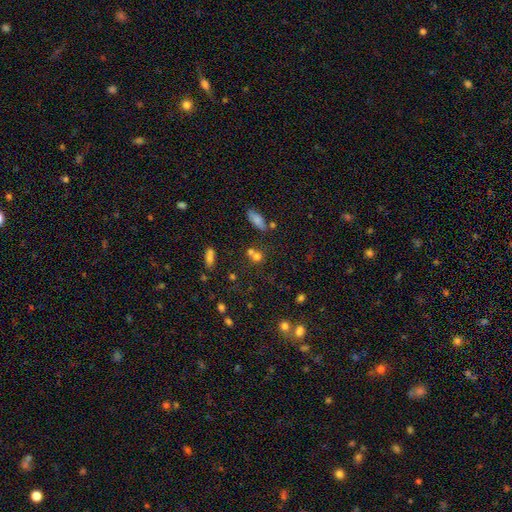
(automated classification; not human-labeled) This is likely a smooth galaxy (66%). How rounded: likely round (75%). Merging: marginally none (45%).